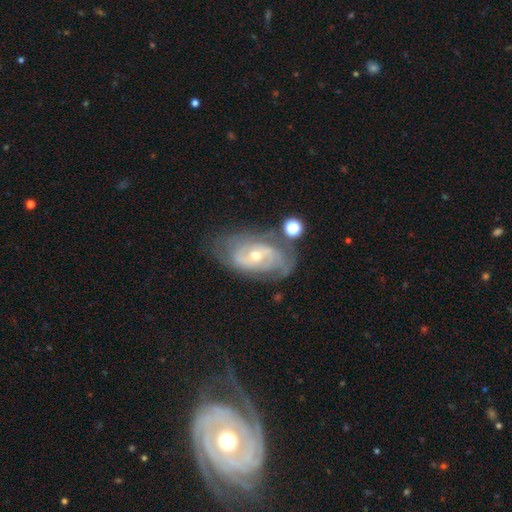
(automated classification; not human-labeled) The model was most divided on "spiral arm count": 2: 38%, can't tell: 37%, 3: 13%, 1: 4%, 4: 4%, more than 4: 3%. More confident: edge-on disk — no (95%); spiral arms — yes (88%); smooth or featured — featured or disk (81%); merging — none (60%); spiral winding — tight (57%); bar — no (55%); bulge size — small (52%).